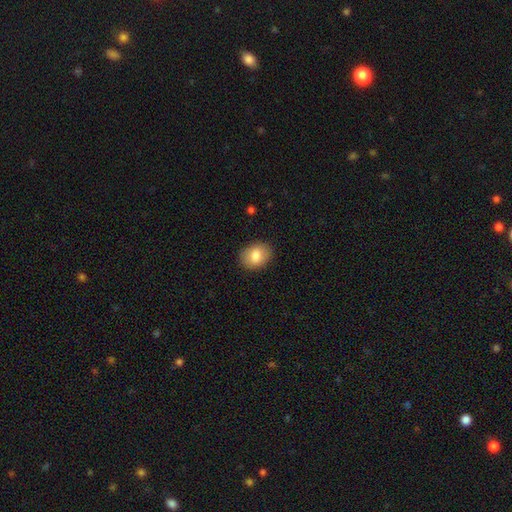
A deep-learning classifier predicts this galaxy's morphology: Smooth or featured?
  - smooth: 82% *
  - featured or disk: 10%
  - star or artifact: 8%
How rounded?
  - in between: 60% *
  - round: 39%
  - cigar-shaped: 1%
Merging?
  - none: 88% *
  - minor disturbance: 9%
  - major disturbance: 2%
  - merger: 1%